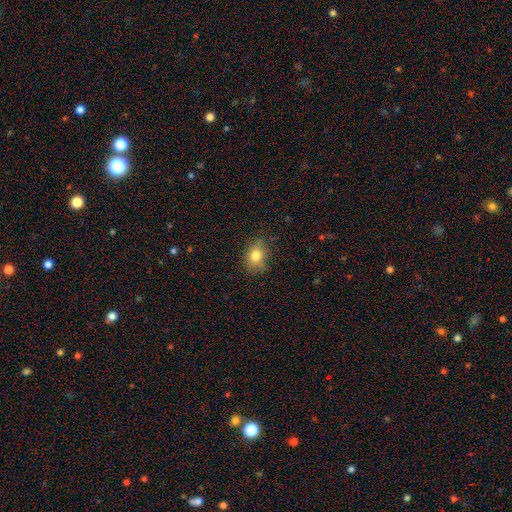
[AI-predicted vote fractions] Smooth or featured?
  - smooth: 79% *
  - star or artifact: 11%
  - featured or disk: 10%
How rounded?
  - in between: 58% *
  - round: 40%
  - cigar-shaped: 2%
Merging?
  - none: 76% *
  - minor disturbance: 18%
  - major disturbance: 5%
  - merger: 1%